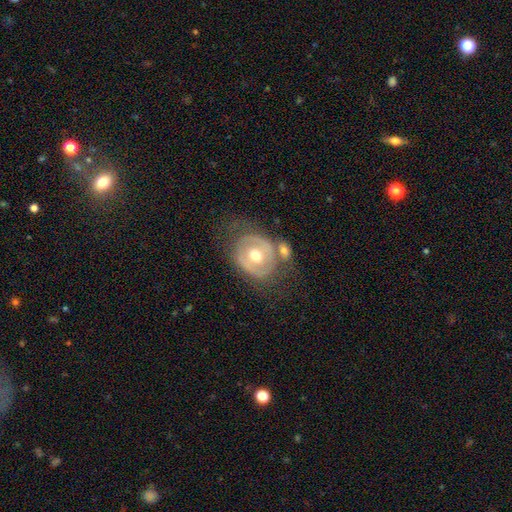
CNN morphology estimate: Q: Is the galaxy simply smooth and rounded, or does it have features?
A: featured or disk — 65%.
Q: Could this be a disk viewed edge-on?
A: no — 95%.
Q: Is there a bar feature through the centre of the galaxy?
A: no — 50%.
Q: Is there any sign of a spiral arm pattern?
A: no — 63%.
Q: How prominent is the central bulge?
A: moderate — 77%.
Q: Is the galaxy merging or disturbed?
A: none — 51%.